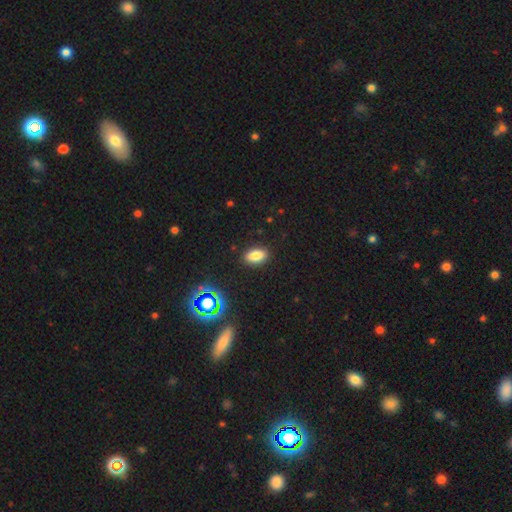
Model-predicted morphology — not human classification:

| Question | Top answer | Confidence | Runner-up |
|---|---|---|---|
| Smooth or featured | smooth | 79% | star or artifact (14%) |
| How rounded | in between | 90% | round (7%) |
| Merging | none | 89% | minor disturbance (8%) |